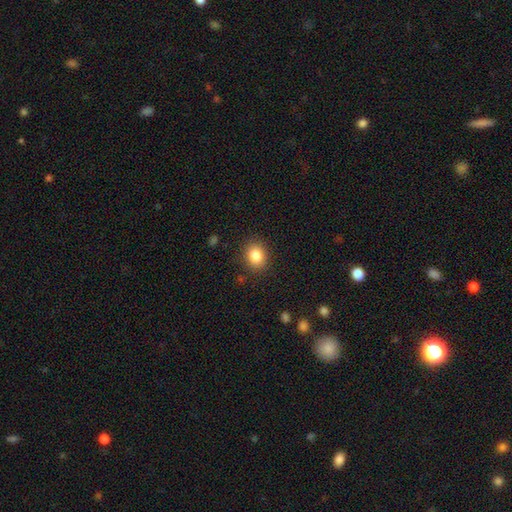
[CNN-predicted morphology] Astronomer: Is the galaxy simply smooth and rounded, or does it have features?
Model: smooth — 85%.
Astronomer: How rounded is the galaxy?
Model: round — 57% (runner-up: in between, 42%).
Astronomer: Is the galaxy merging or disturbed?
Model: none — 86%.